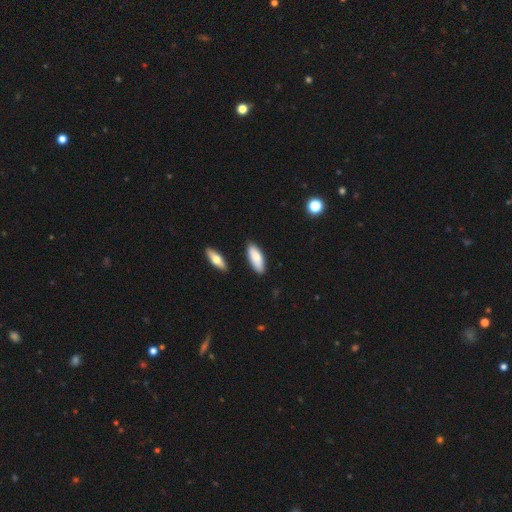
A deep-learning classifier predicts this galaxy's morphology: smooth 82%, featured or disk 13%, star or artifact 5%. Down the decision tree: how rounded — in between (74%); merging — none (84%).